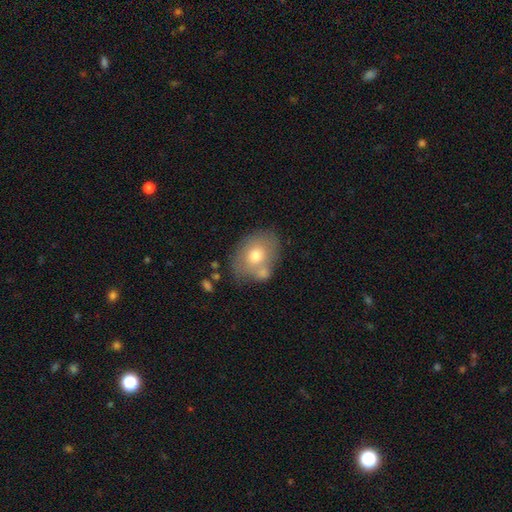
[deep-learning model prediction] Smooth or featured? Predicted: smooth (p=0.68). How rounded? Predicted: in between (p=0.64). Merging? Predicted: none (p=0.55).